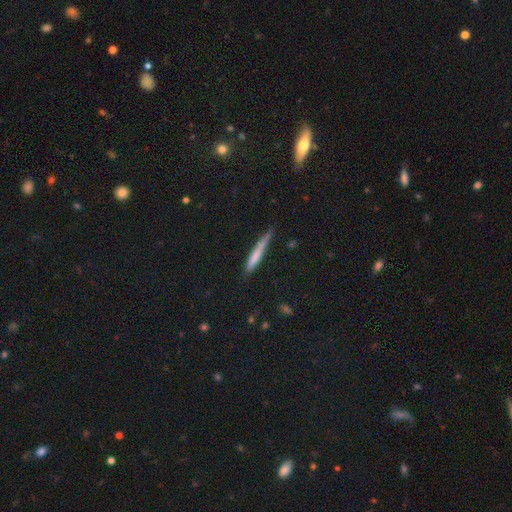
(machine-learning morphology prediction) smooth_or_featured: smooth (p=0.68) [alt: featured or disk p=0.26]
how_rounded: cigar-shaped (p=0.94) [alt: in between p=0.04]
merging: none (p=0.70) [alt: minor disturbance p=0.23]